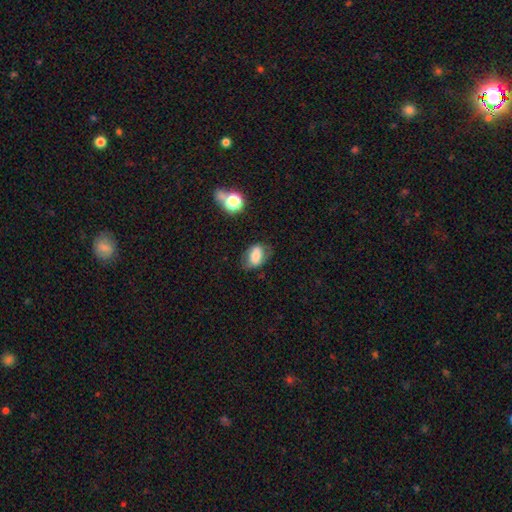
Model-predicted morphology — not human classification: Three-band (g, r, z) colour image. It shows a smooth galaxy with no disk features (72%) that is in between round and cigar-shaped (86%). Merging: none (64%).